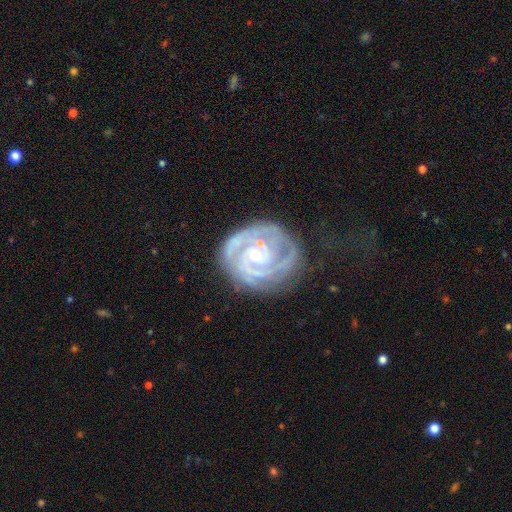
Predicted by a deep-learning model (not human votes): featured or disk 89%, smooth 6%, star or artifact 6%. Down the decision tree: edge-on disk — no (98%); bar — no (63%); spiral arms — yes (97%); spiral arm count — 2 (38%); spiral winding — tight (74%); bulge size — small (74%); merging — none (66%).